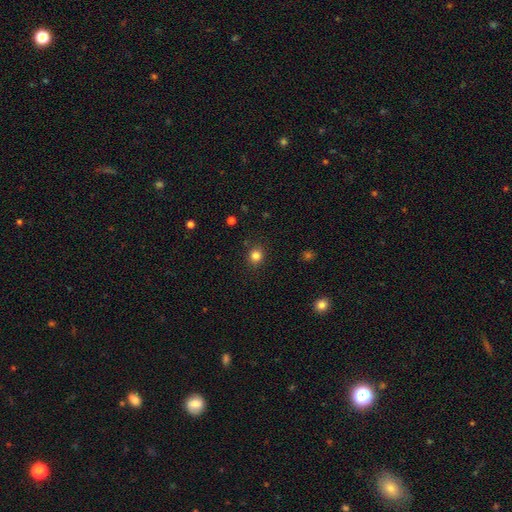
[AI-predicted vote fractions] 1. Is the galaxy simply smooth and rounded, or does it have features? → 83% smooth, 13% star or artifact, 5% featured or disk.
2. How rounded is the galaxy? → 82% round, 17% in between, 1% cigar-shaped.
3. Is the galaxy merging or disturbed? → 88% none, 8% minor disturbance, 3% major disturbance, 1% merger.